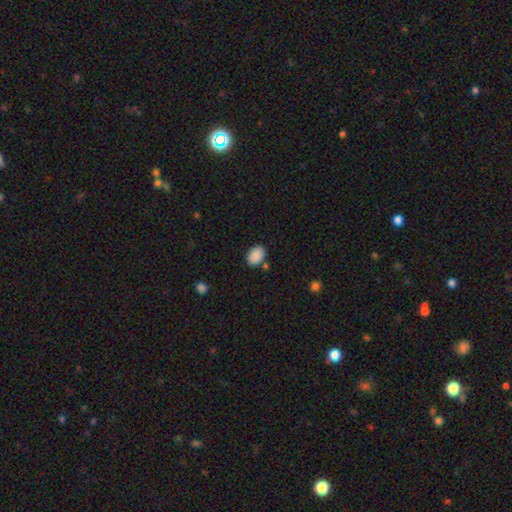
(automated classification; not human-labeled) smooth_or_featured: smooth (p=0.89) [alt: star or artifact p=0.08]
how_rounded: in between (p=0.79) [alt: round p=0.20]
merging: none (p=0.80) [alt: minor disturbance p=0.12]